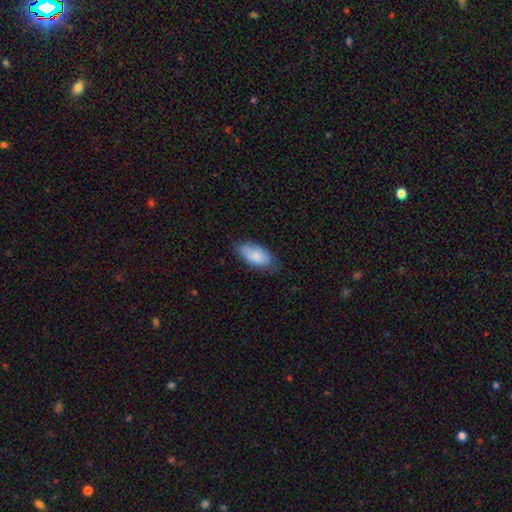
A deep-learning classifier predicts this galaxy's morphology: Smooth or featured? smooth (81%)
How rounded? in between (92%)
Merging? none (68%)